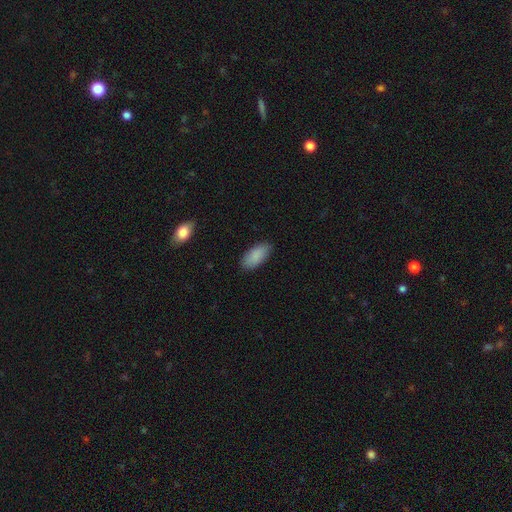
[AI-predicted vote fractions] This appears to be a smooth galaxy with no disk features (89%) that is in between round and cigar-shaped (91%). Merging: none (87%).